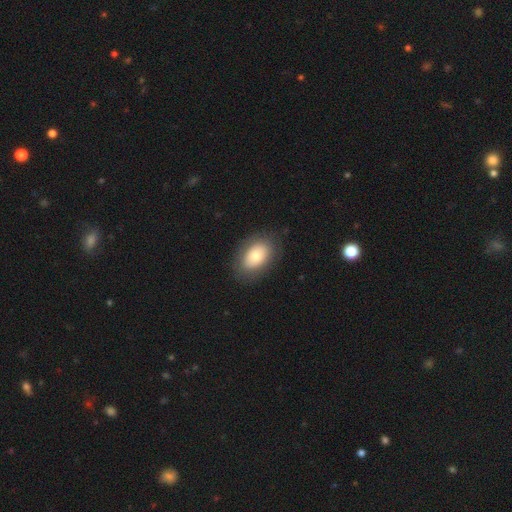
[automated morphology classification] smooth-or-featured: smooth: 74% | featured or disk: 18% | star or artifact: 7%
  how-rounded: in between: 88% | round: 11% | cigar-shaped: 1%
  merging: none: 84% | minor disturbance: 11% | major disturbance: 4% | merger: 1%